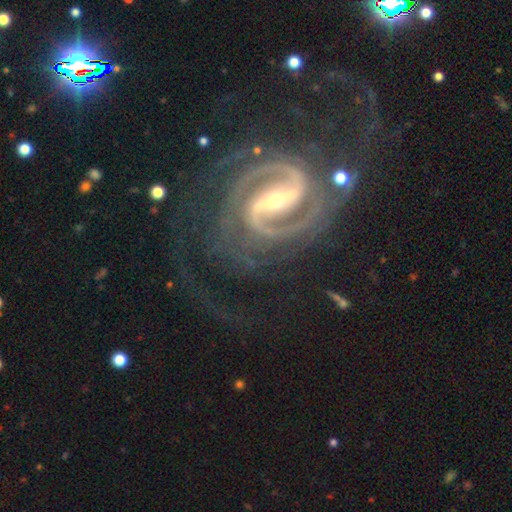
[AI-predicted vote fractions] Smooth or featured? featured or disk (93%)
Edge-on disk? no (98%)
Bar? strong (70%)
Spiral arms? yes (99%)
Spiral winding? medium (50%)
Spiral arm count? 2 (89%)
Bulge size? small (65%)
Merging? none (59%)